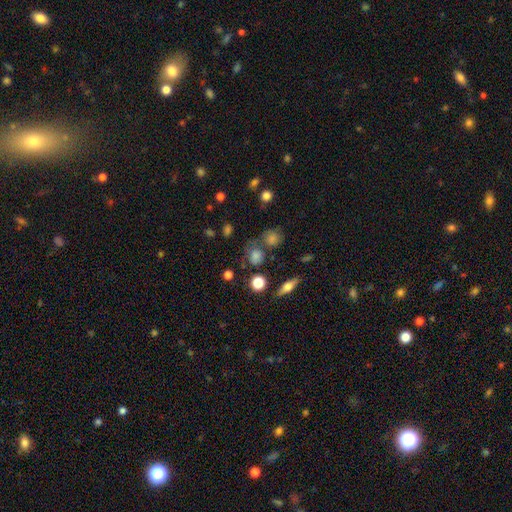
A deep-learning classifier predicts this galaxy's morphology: Smooth or featured: smooth — 70% (star or artifact — 17%)
How rounded: round — 70% (in between — 28%)
Merging: none — 59% (minor disturbance — 18%)